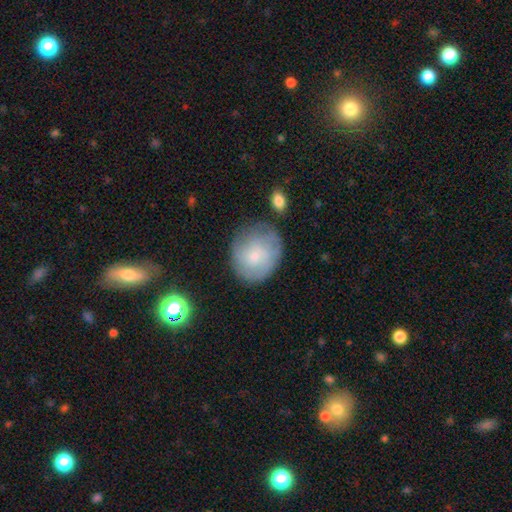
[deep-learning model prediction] smooth_or_featured: smooth (p=0.61) [alt: featured or disk p=0.31]
how_rounded: round (p=0.75) [alt: in between p=0.24]
merging: none (p=0.63) [alt: minor disturbance p=0.24]